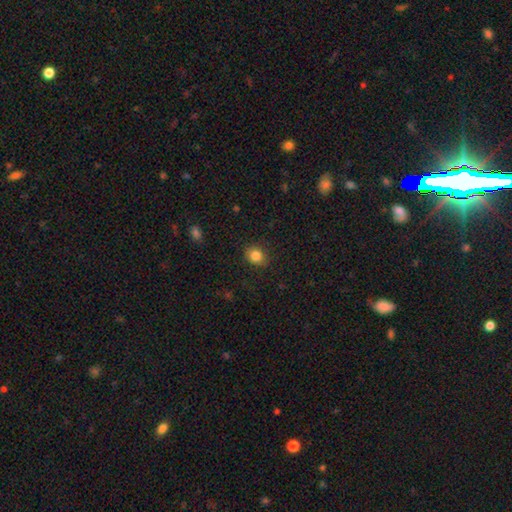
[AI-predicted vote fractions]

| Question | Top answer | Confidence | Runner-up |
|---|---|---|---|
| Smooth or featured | smooth | 84% | star or artifact (10%) |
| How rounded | round | 65% | in between (34%) |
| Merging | none | 86% | minor disturbance (10%) |